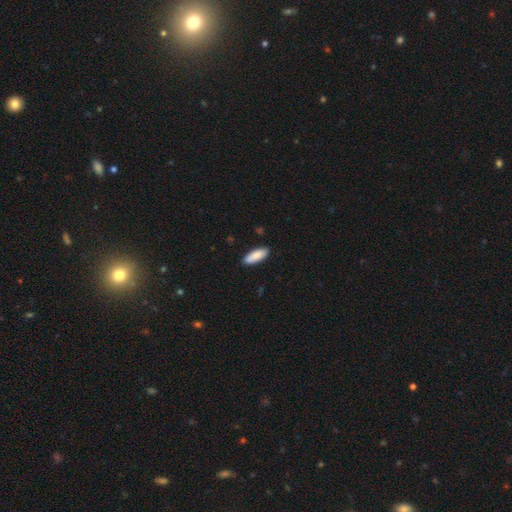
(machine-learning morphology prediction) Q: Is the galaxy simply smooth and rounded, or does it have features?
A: smooth — 87%.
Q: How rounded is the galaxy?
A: in between — 71%.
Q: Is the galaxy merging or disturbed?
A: none — 87%.